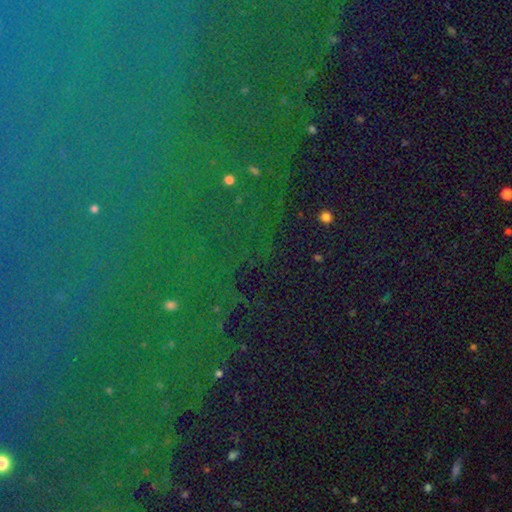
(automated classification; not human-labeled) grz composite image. It shows a star or artifact, not a galaxy (85%).